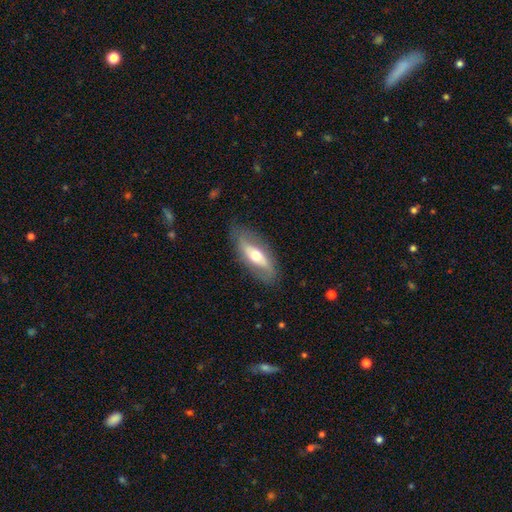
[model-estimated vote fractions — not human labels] This appears to be a featured or disk galaxy (57%). Merging: none (80%).